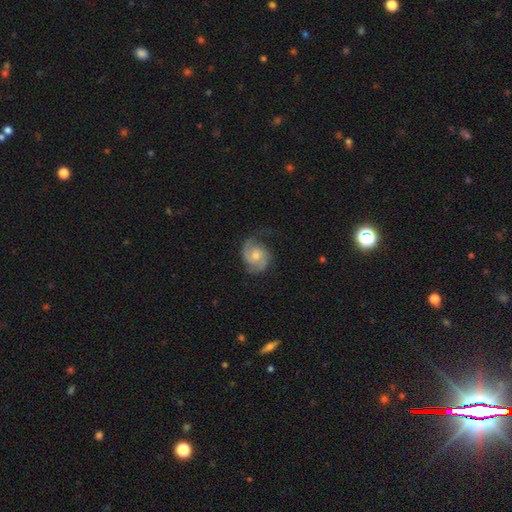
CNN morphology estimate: smooth_or_featured: featured or disk (p=0.76) [alt: smooth p=0.18]
disk_edge_on: no (p=0.98) [alt: yes p=0.02]
bar: no (p=0.66) [alt: weak p=0.30]
has_spiral_arms: yes (p=0.94) [alt: no p=0.06]
spiral_winding: medium (p=0.45) [alt: tight p=0.32]
spiral_arm_count: 2 (p=0.69) [alt: 1 p=0.14]
bulge_size: moderate (p=0.54) [alt: small p=0.38]
merging: none (p=0.56) [alt: minor disturbance p=0.24]